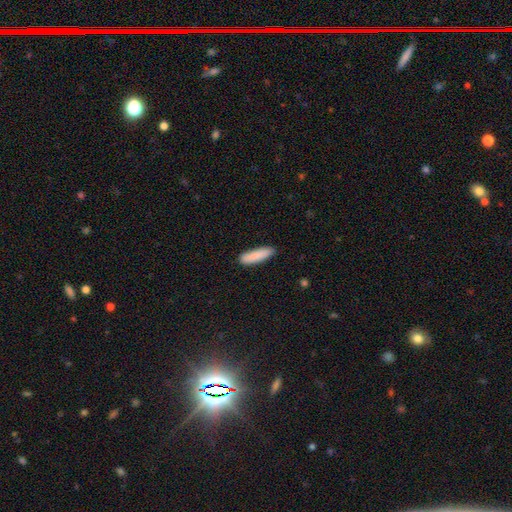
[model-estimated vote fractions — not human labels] This is clearly a smooth galaxy (87%). How rounded: likely cigar-shaped (66%). Merging: clearly none (85%).